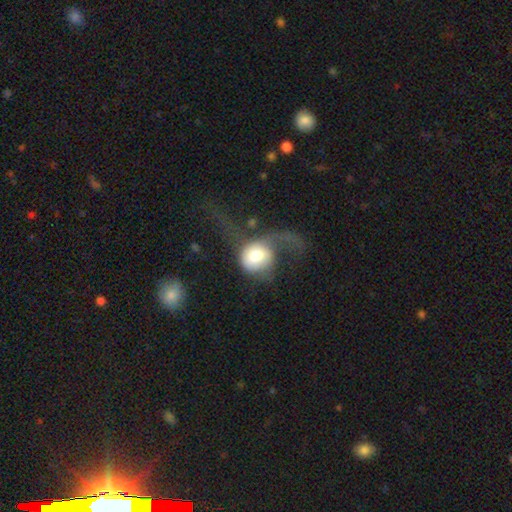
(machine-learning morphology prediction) The model was most divided on "smooth or featured": smooth: 61%, featured or disk: 32%, star or artifact: 7%. More confident: how rounded — round (77%); merging — major disturbance (63%).